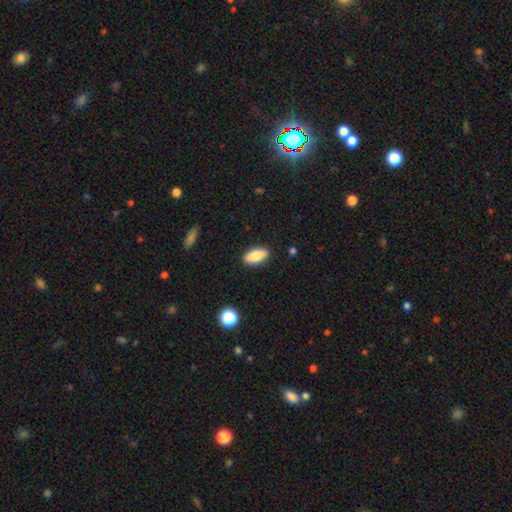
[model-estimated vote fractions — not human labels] Q: Smooth or featured?
A: smooth (84%); runner-up: featured or disk (9%)
Q: How rounded?
A: in between (85%); runner-up: cigar-shaped (12%)
Q: Merging?
A: none (87%); runner-up: minor disturbance (9%)